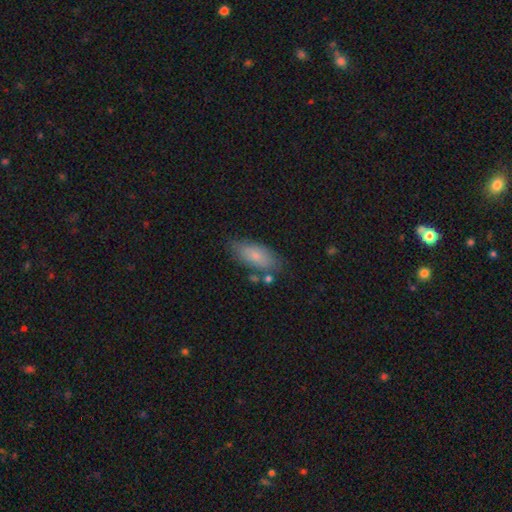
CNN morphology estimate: This appears to be a smooth galaxy with no disk features (77%) that is in between round and cigar-shaped (83%). Merging: none (70%).